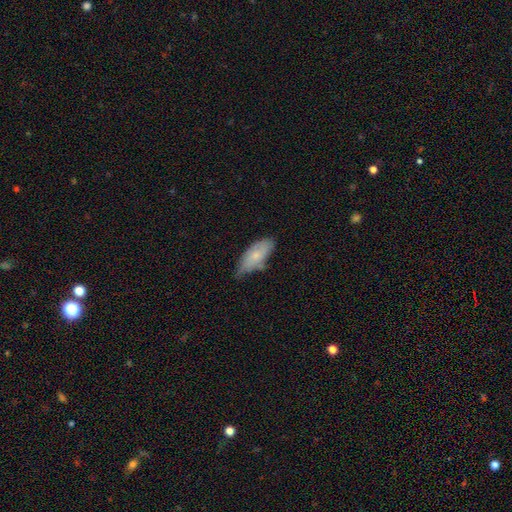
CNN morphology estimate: type=smooth (69%); roundness=in between (82%); merging=none (46%).